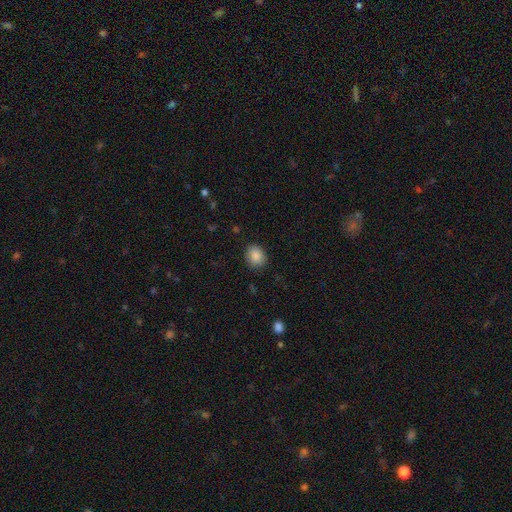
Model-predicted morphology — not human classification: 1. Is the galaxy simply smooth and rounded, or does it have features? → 88% smooth, 8% star or artifact, 4% featured or disk.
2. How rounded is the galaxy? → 56% round, 43% in between, 1% cigar-shaped.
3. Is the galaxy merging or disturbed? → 86% none, 10% minor disturbance, 3% major disturbance, 1% merger.